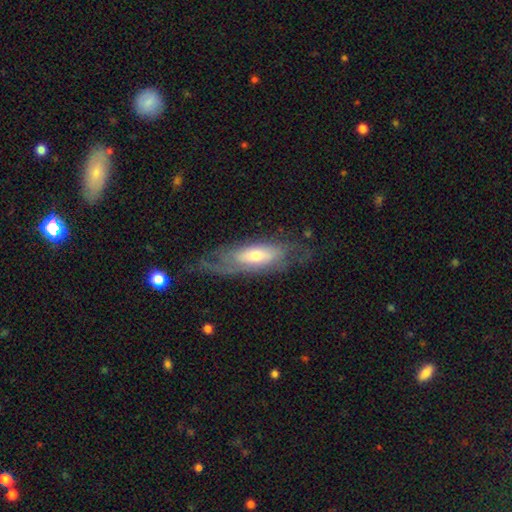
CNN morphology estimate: Q: Smooth or featured?
A: featured or disk (66%); runner-up: smooth (28%)
Q: Edge-on disk?
A: no (76%); runner-up: yes (24%)
Q: Bar?
A: no (66%); runner-up: weak (25%)
Q: Spiral arms?
A: yes (76%); runner-up: no (24%)
Q: Bulge size?
A: moderate (51%); runner-up: small (39%)
Q: Merging?
A: none (59%); runner-up: minor disturbance (22%)